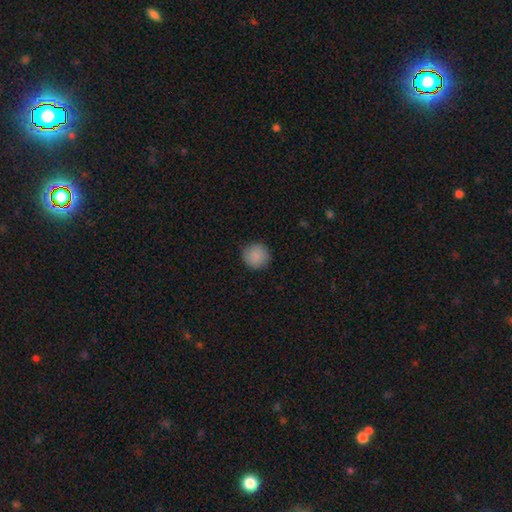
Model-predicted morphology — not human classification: This appears to be a smooth galaxy with no disk features (89%) that is round (93%). Merging: none (89%).